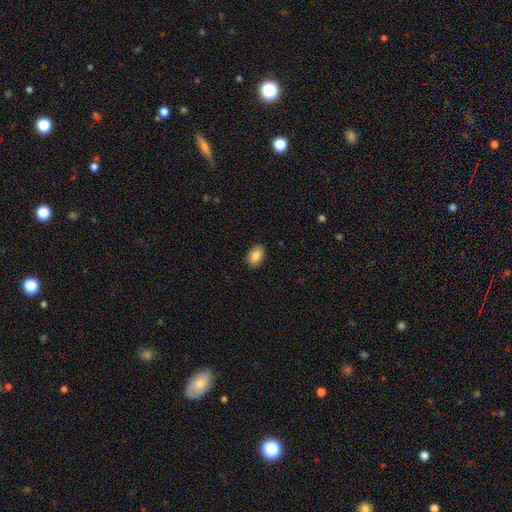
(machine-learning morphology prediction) smooth_or_featured: smooth (p=0.86) [alt: star or artifact p=0.07]
how_rounded: in between (p=0.88) [alt: round p=0.11]
merging: none (p=0.88) [alt: minor disturbance p=0.09]